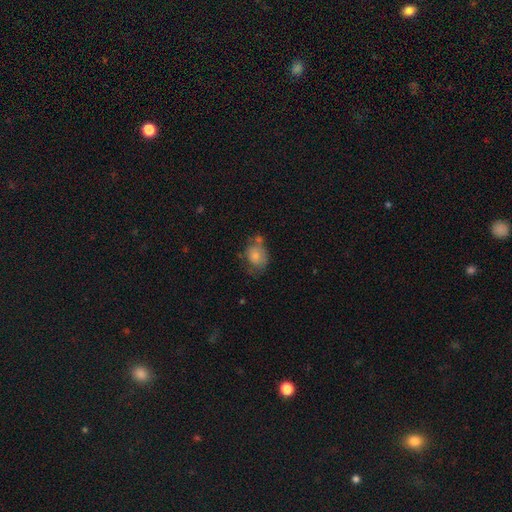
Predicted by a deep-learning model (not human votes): This appears to be a smooth galaxy with no disk features (75%) that is in between round and cigar-shaped (59%). Merging: none (44%).